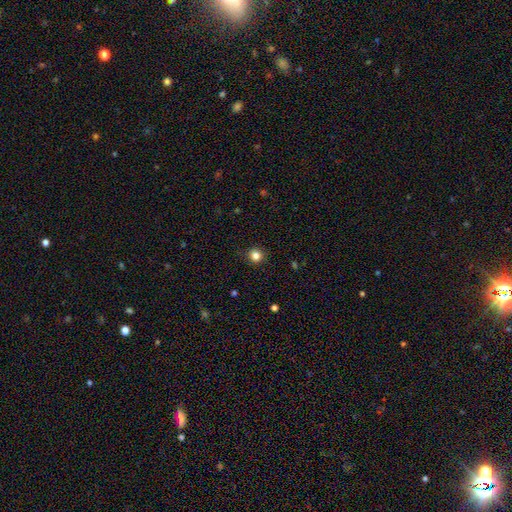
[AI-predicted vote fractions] Smooth or featured: smooth — 83% (star or artifact — 13%)
How rounded: round — 92% (in between — 7%)
Merging: none — 91% (minor disturbance — 6%)